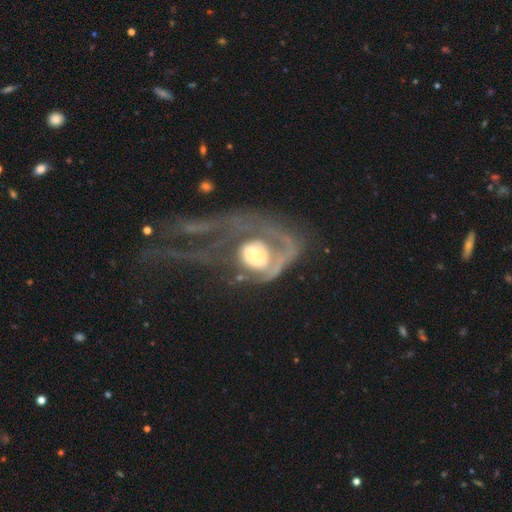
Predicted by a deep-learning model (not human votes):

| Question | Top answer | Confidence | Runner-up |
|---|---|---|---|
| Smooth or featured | featured or disk | 65% | smooth (27%) |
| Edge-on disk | no | 96% | yes (4%) |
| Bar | no | 73% | weak (19%) |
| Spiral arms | yes | 56% | no (44%) |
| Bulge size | moderate | 34% | large (28%) |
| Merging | major disturbance | 62% | none (18%) |